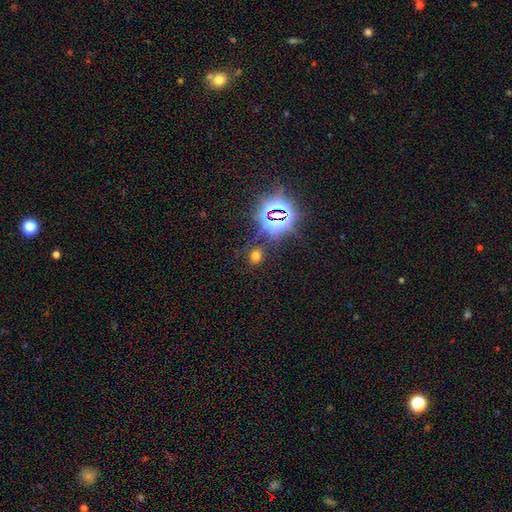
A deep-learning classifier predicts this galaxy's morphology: smooth-or-featured: smooth: 53% | star or artifact: 40% | featured or disk: 8%
  how-rounded: round: 51% | in between: 47% | cigar-shaped: 2%
  merging: none: 78% | minor disturbance: 12% | major disturbance: 6% | merger: 5%